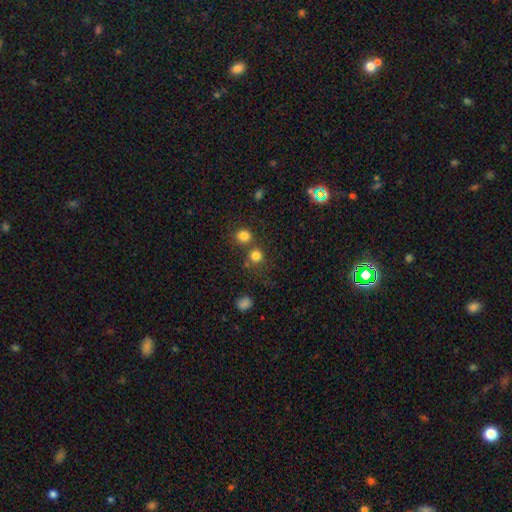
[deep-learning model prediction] Overall: smooth (79%). How rounded: round (88%). Merging: none (64%; merger 25%).